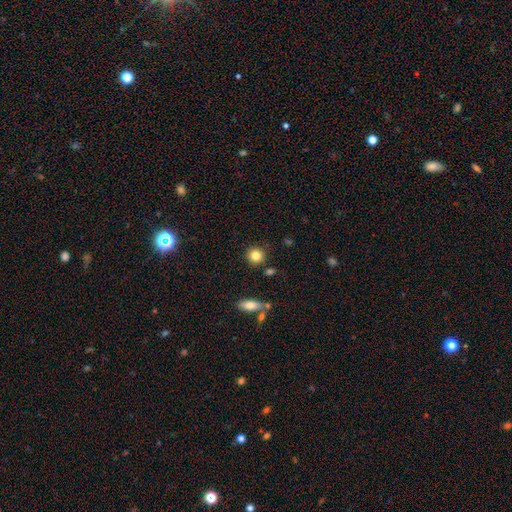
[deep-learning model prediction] Smooth or featured? Predicted: smooth (p=0.83). How rounded? Predicted: round (p=0.90). Merging? Predicted: none (p=0.85).